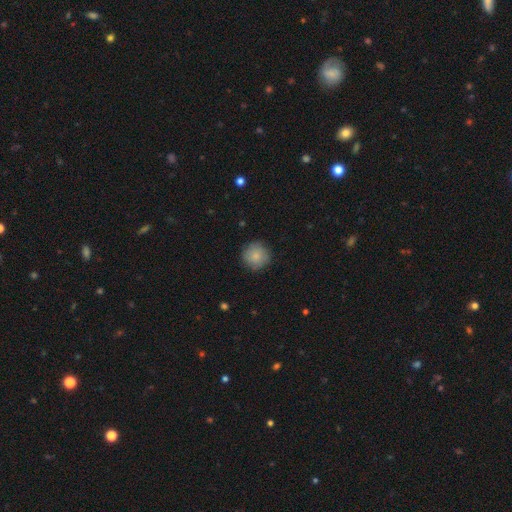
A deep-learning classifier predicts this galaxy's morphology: smooth-or-featured: smooth: 84% | featured or disk: 9% | star or artifact: 7%
  how-rounded: round: 95% | in between: 5% | cigar-shaped: 1%
  merging: none: 86% | minor disturbance: 10% | major disturbance: 2% | merger: 1%